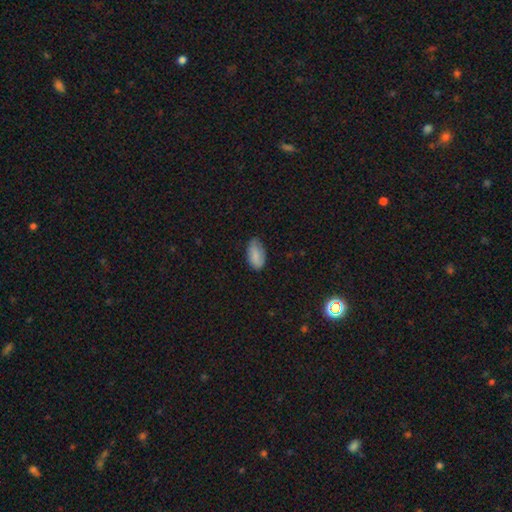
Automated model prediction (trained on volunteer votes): Smooth or featured: smooth — 81% (featured or disk — 12%)
How rounded: in between — 94% (round — 3%)
Merging: none — 67% (minor disturbance — 27%)